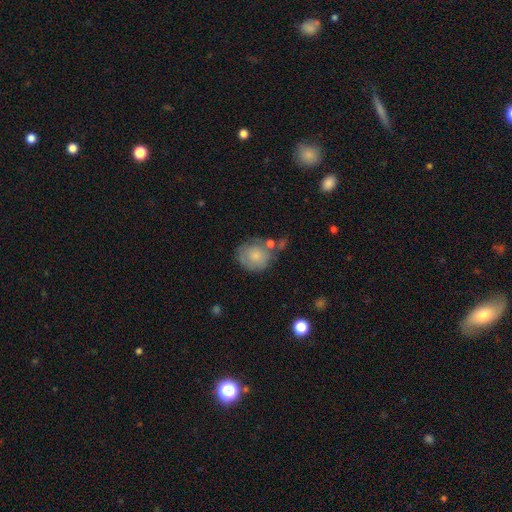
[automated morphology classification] Smooth or featured? smooth (70%)
How rounded? round (77%)
Merging? none (49%)